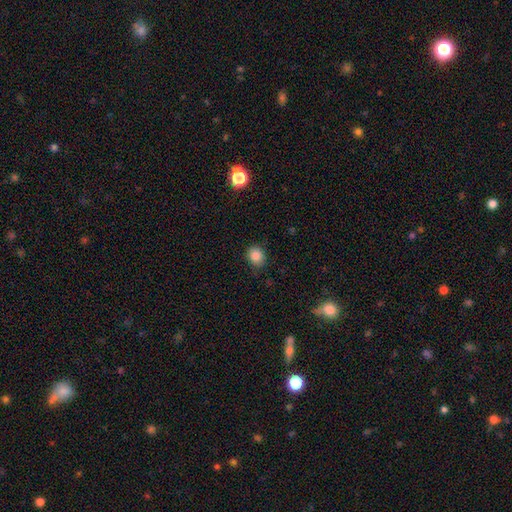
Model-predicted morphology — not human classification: Overall: smooth (86%). How rounded: round (70%). Merging: none (85%).